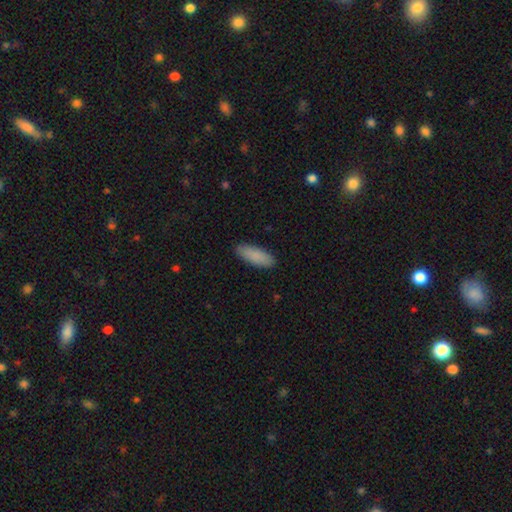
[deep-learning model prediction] The model was most divided on "how rounded": in between: 69%, cigar-shaped: 29%, round: 2%. More confident: merging — none (88%); smooth or featured — smooth (88%).